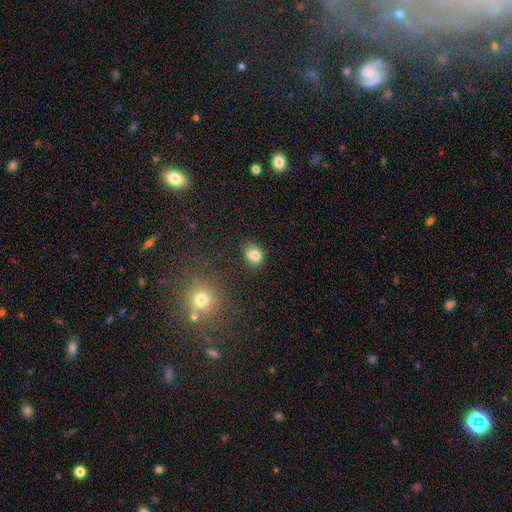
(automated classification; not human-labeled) Smooth or featured: smooth — 80% (star or artifact — 12%)
How rounded: round — 52% (in between — 47%)
Merging: none — 62% (minor disturbance — 19%)